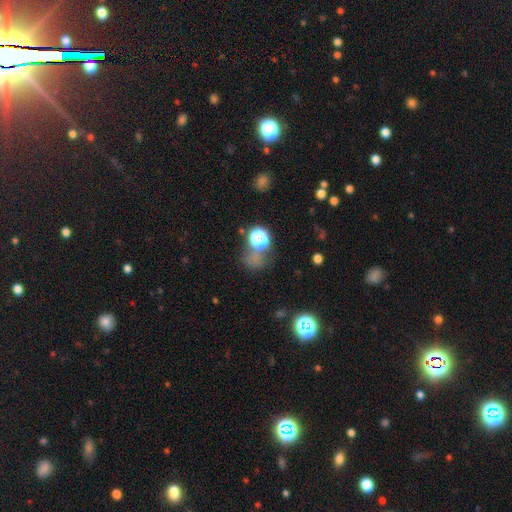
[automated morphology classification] This appears to be a star or artifact, not a galaxy (49%).